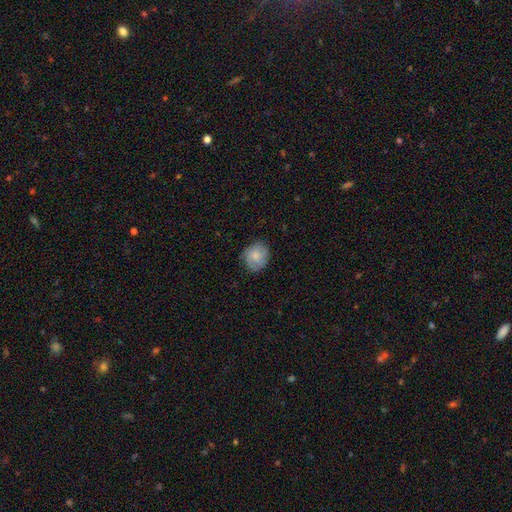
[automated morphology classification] The model was most divided on "how rounded": round: 66%, in between: 33%, cigar-shaped: 1%. More confident: merging — none (74%); smooth or featured — smooth (70%).